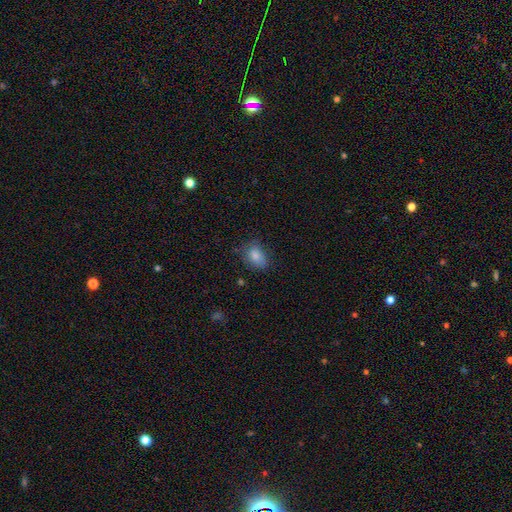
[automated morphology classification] Q: Smooth or featured?
A: smooth (84%); runner-up: star or artifact (9%)
Q: How rounded?
A: in between (84%); runner-up: round (14%)
Q: Merging?
A: none (67%); runner-up: minor disturbance (24%)